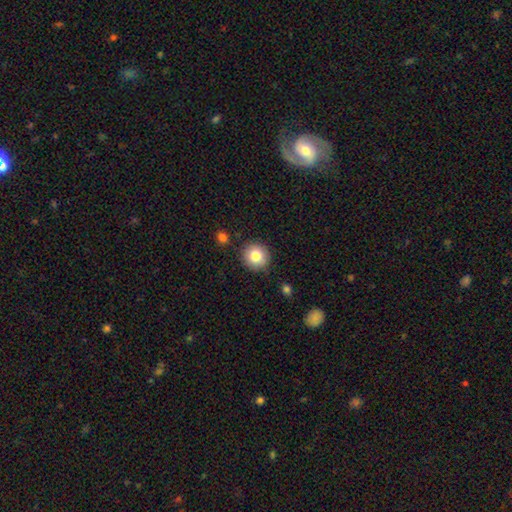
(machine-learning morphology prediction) This is clearly a smooth galaxy (81%). How rounded: clearly round (92%). Merging: clearly none (87%).